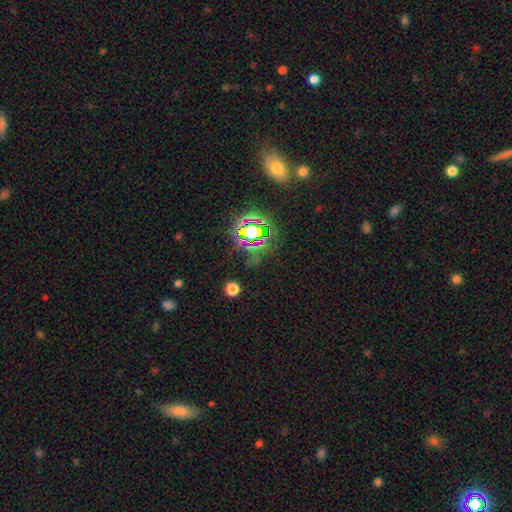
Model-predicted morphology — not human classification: Overall: star or artifact (75%).